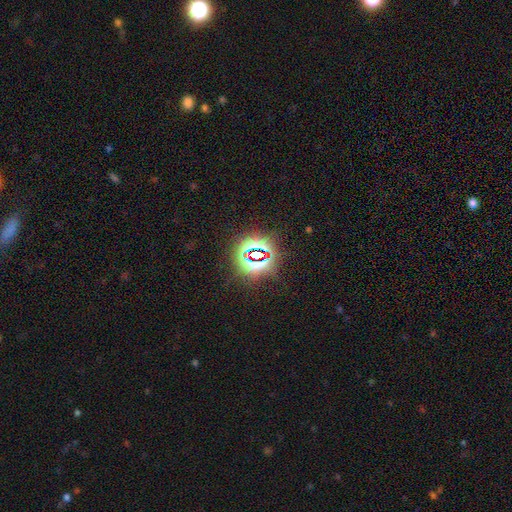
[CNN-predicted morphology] This appears to be a star or artifact, not a galaxy (78%).